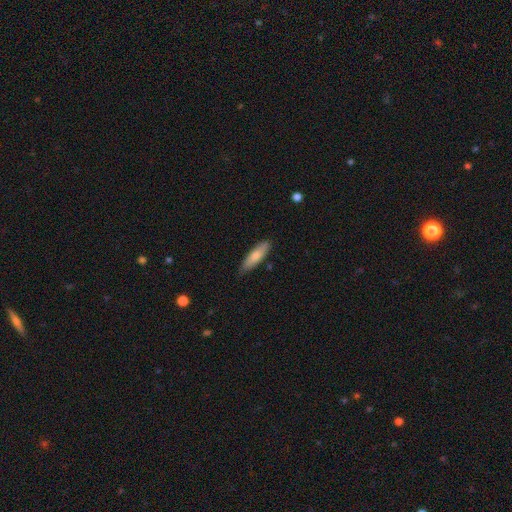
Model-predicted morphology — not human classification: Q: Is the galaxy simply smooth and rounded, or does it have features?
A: smooth — 75%.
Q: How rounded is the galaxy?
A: cigar-shaped — 59%.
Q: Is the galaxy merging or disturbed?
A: none — 81%.